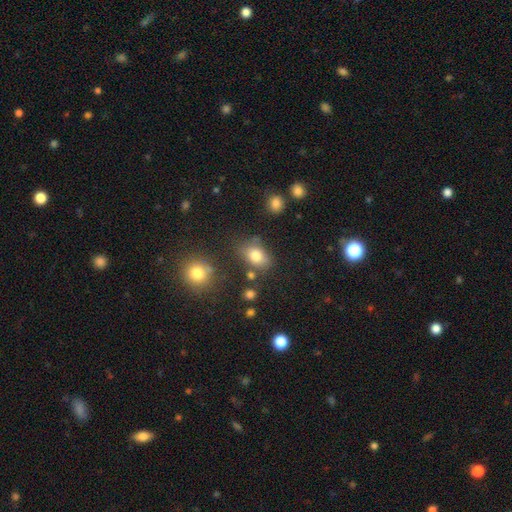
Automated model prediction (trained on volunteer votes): Smooth or featured? smooth (79%)
How rounded? in between (73%)
Merging? none (70%)